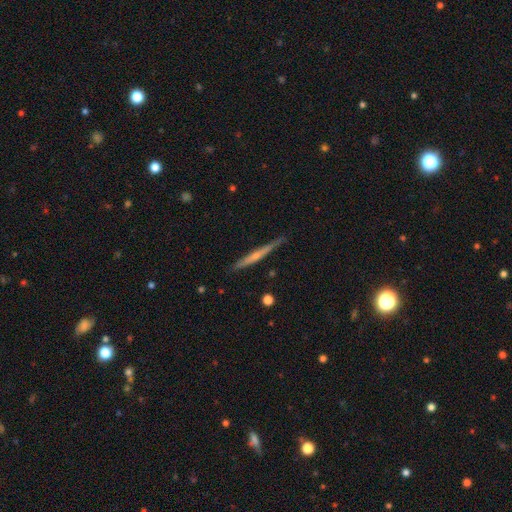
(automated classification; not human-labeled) This is likely a featured or disk galaxy (61%). It is clearly viewed edge-on (97%). Edge-on bulge: possibly none (49%). Merging: clearly none (84%).